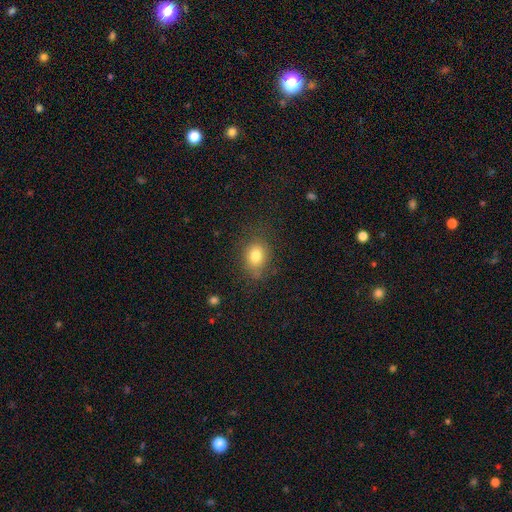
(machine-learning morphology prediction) Smooth or featured? Predicted: smooth (p=0.79). How rounded? Predicted: in between (p=0.50). Merging? Predicted: none (p=0.73).